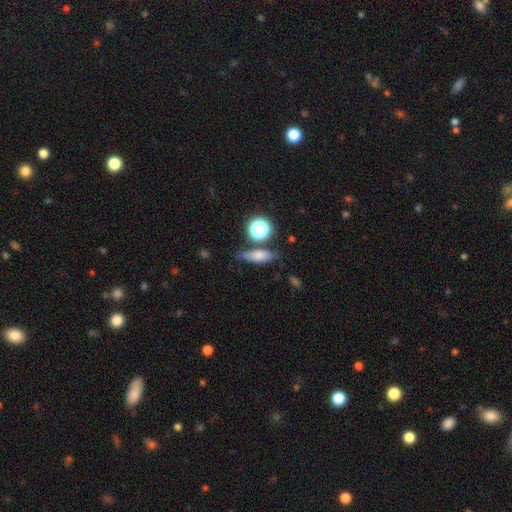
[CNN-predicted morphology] smooth-or-featured: smooth: 57% | featured or disk: 27% | star or artifact: 16%
  how-rounded: in between: 43% | cigar-shaped: 41% | round: 16%
  merging: none: 71% | minor disturbance: 16% | merger: 8% | major disturbance: 5%